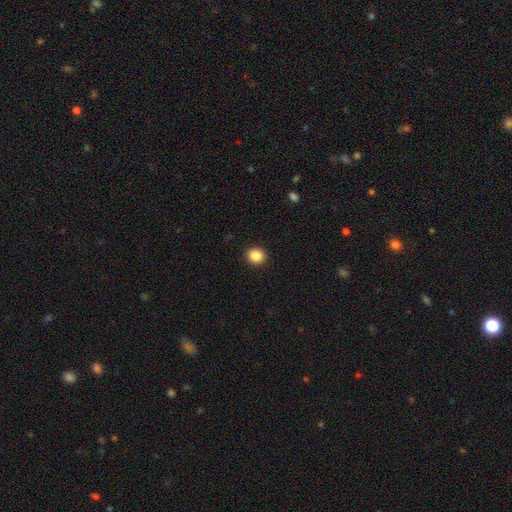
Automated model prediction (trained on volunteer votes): A smooth galaxy with no disk features (87%) that is round (75%).

Vote fractions:
- Smooth or featured? smooth: 87% / star or artifact: 9% / featured or disk: 4%
- How rounded? round: 75% / in between: 24% / cigar-shaped: 1%
- Merging? none: 92% / minor disturbance: 5% / major disturbance: 2% / merger: 1%